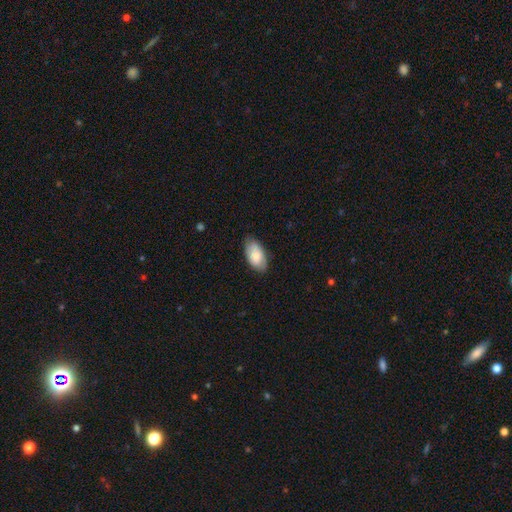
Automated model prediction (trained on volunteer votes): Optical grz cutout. It shows a smooth galaxy with no disk features (74%) that is in between round and cigar-shaped (94%). Merging: none (77%).